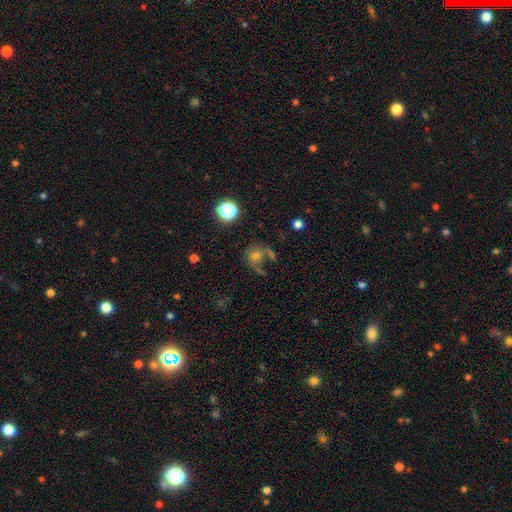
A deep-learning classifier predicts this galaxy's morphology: Q: Smooth or featured?
A: smooth (57%); runner-up: featured or disk (23%)
Q: How rounded?
A: round (80%); runner-up: in between (19%)
Q: Merging?
A: none (42%); runner-up: merger (21%)